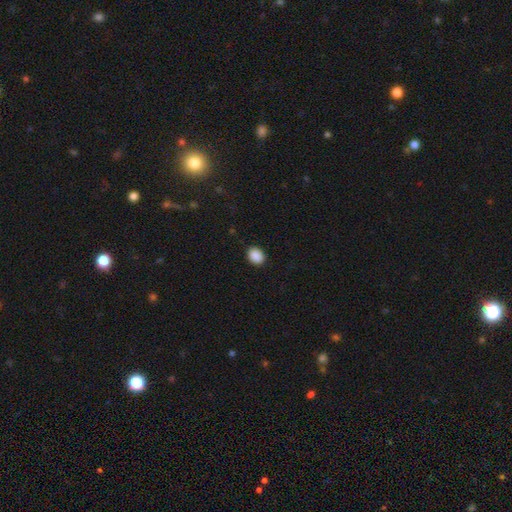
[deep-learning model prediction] Smooth or featured: smooth — 90% (star or artifact — 8%)
How rounded: in between — 54% (round — 45%)
Merging: none — 90% (minor disturbance — 7%)